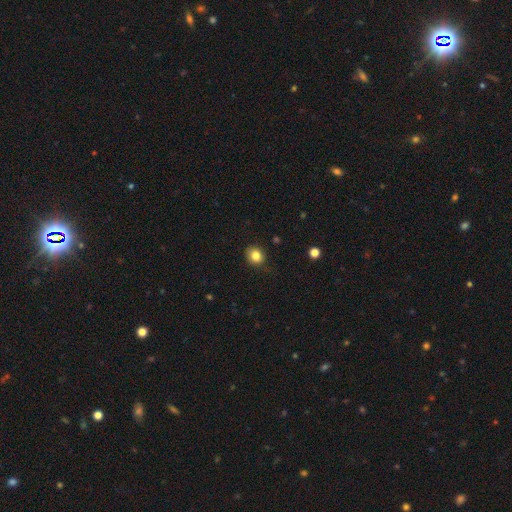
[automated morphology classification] The model was most divided on "how rounded": round: 78%, in between: 21%, cigar-shaped: 1%. More confident: smooth or featured — smooth (83%); merging — none (83%).